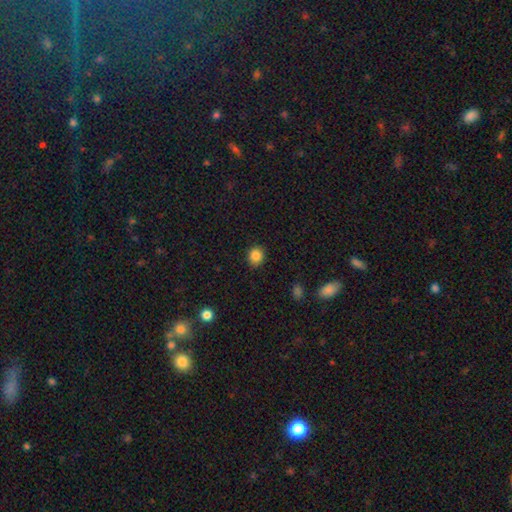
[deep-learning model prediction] The model was most divided on "how rounded": round: 80%, in between: 19%, cigar-shaped: 1%. More confident: merging — none (90%); smooth or featured — smooth (85%).